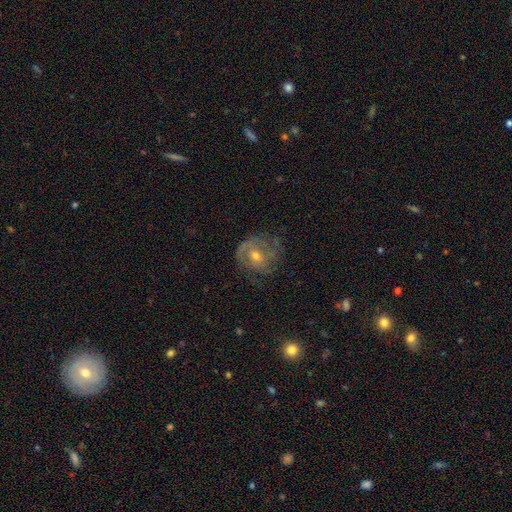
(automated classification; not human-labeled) Smooth or featured? Predicted: featured or disk (p=0.70). Edge-on disk? Predicted: no (p=0.97). Bar? Predicted: no (p=0.64). Spiral arms? Predicted: yes (p=0.83). Spiral winding? Predicted: tight (p=0.46). Spiral arm count? Predicted: 2 (p=0.35). Bulge size? Predicted: moderate (p=0.52). Merging? Predicted: none (p=0.62).